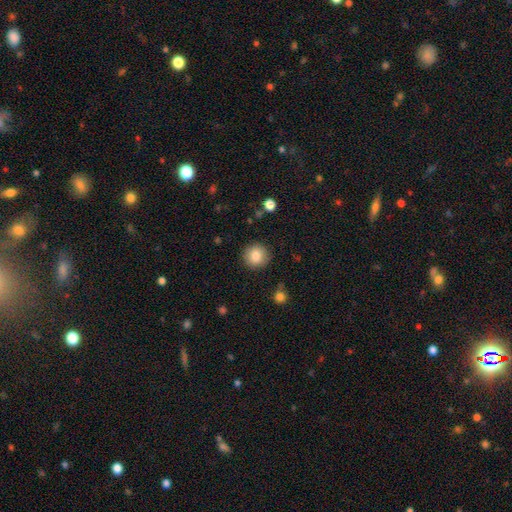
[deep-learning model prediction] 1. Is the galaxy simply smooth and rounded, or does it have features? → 83% smooth, 9% star or artifact, 8% featured or disk.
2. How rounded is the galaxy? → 92% round, 7% in between, 1% cigar-shaped.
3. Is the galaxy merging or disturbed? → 89% none, 7% minor disturbance, 2% major disturbance, 1% merger.